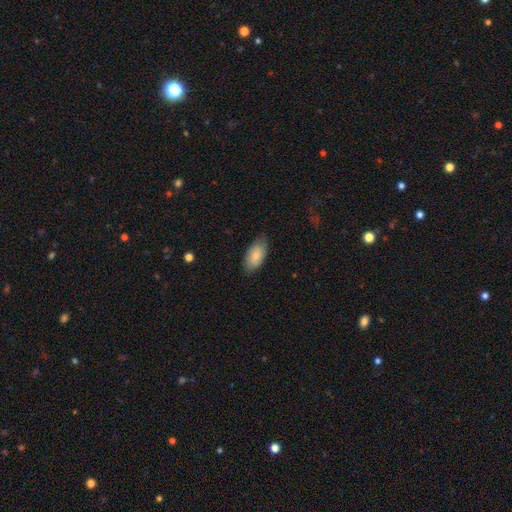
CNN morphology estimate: Smooth or featured: smooth — 81% (featured or disk — 13%)
How rounded: in between — 94% (cigar-shaped — 4%)
Merging: none — 79% (minor disturbance — 17%)